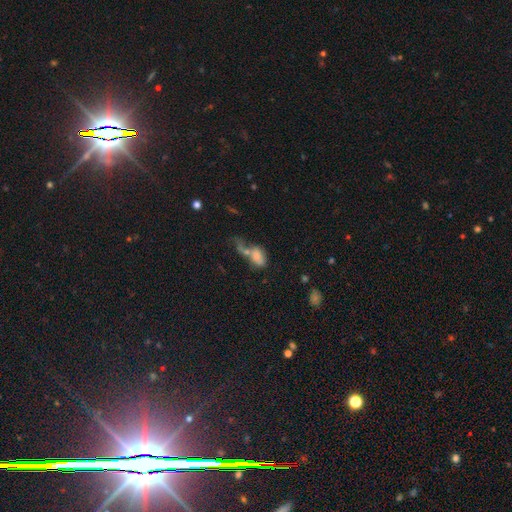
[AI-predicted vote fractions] Smooth or featured? smooth (72%)
How rounded? in between (87%)
Merging? merger (47%)